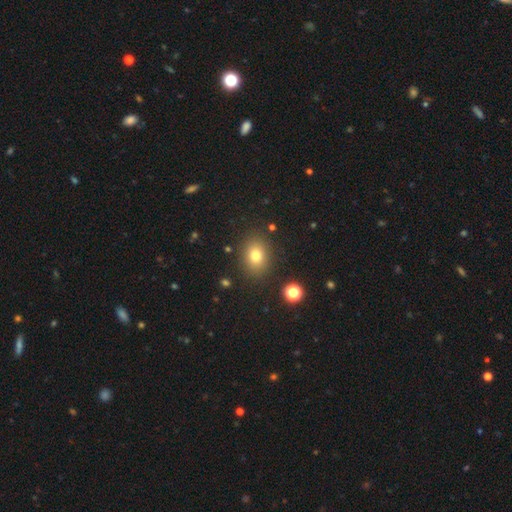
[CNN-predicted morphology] Smooth or featured? Predicted: smooth (p=0.78). How rounded? Predicted: in between (p=0.56). Merging? Predicted: none (p=0.85).